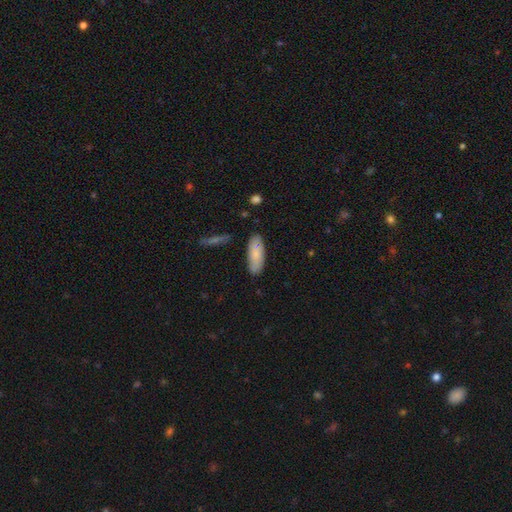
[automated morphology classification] A smooth galaxy with no disk features (74%) that is in between round and cigar-shaped (77%). Merging: none (77%).